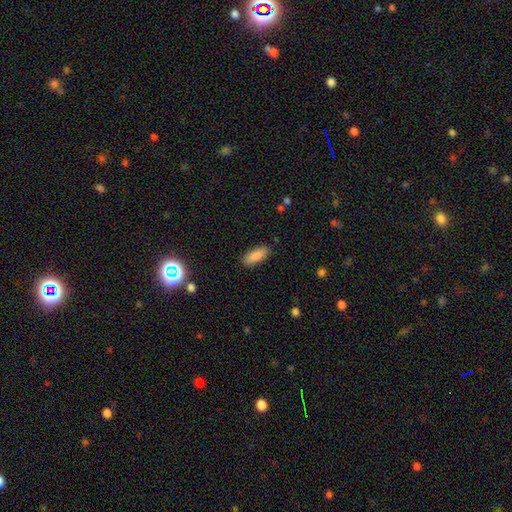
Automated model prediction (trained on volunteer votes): smooth-or-featured: smooth: 88% | star or artifact: 7% | featured or disk: 5%
  how-rounded: in between: 75% | cigar-shaped: 24% | round: 2%
  merging: none: 87% | minor disturbance: 9% | major disturbance: 2% | merger: 1%